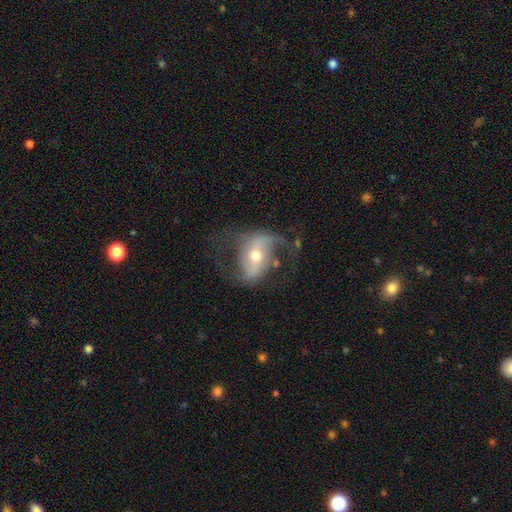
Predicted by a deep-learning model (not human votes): Q: Smooth or featured?
A: featured or disk (79%); runner-up: smooth (14%)
Q: Edge-on disk?
A: no (94%); runner-up: yes (6%)
Q: Bar?
A: strong (40%); runner-up: weak (33%)
Q: Spiral arms?
A: yes (88%); runner-up: no (12%)
Q: Spiral winding?
A: loose (58%); runner-up: medium (33%)
Q: Spiral arm count?
A: 2 (86%); runner-up: 1 (5%)
Q: Bulge size?
A: moderate (61%); runner-up: small (33%)
Q: Merging?
A: none (59%); runner-up: major disturbance (20%)